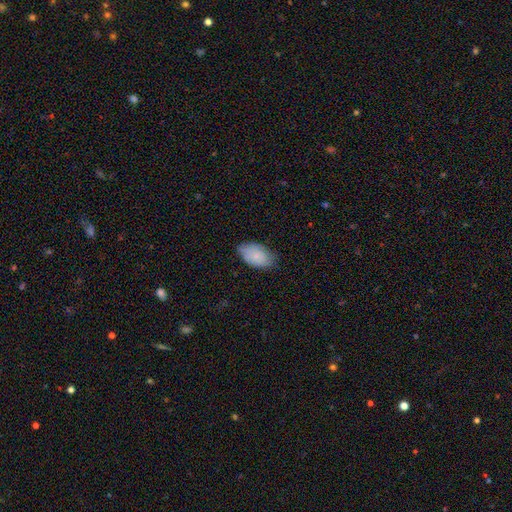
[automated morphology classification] A smooth galaxy with no disk features (78%) that is in between round and cigar-shaped (93%). Merging: none (70%).